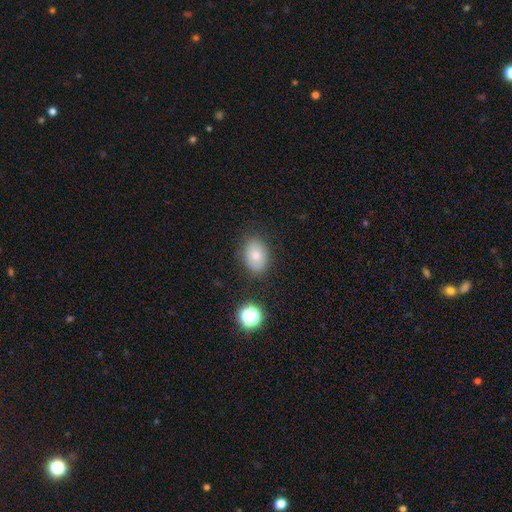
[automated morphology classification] Q: Smooth or featured?
A: smooth (75%); runner-up: featured or disk (14%)
Q: How rounded?
A: in between (74%); runner-up: round (25%)
Q: Merging?
A: none (81%); runner-up: minor disturbance (13%)